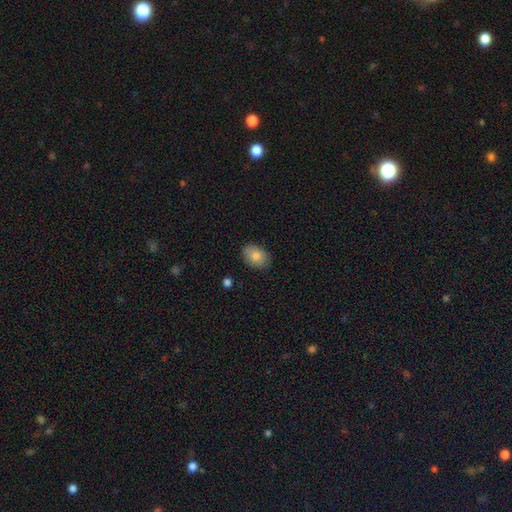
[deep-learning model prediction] smooth 83%, featured or disk 10%, star or artifact 7%. Down the decision tree: how rounded — in between (79%); merging — none (84%).